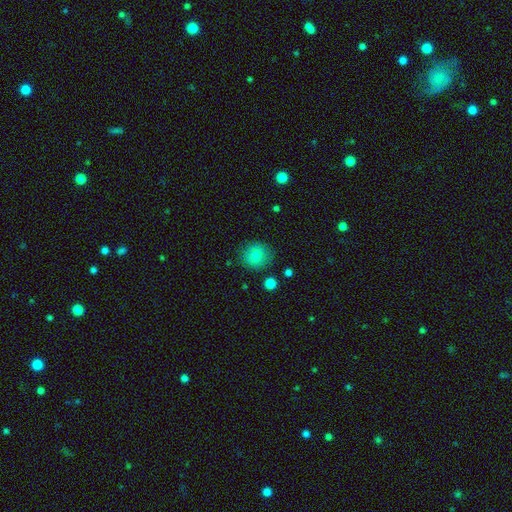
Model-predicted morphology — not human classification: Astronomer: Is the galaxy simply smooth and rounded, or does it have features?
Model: smooth — 81%.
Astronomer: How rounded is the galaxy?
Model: round — 84%.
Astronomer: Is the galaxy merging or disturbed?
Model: none — 86%.